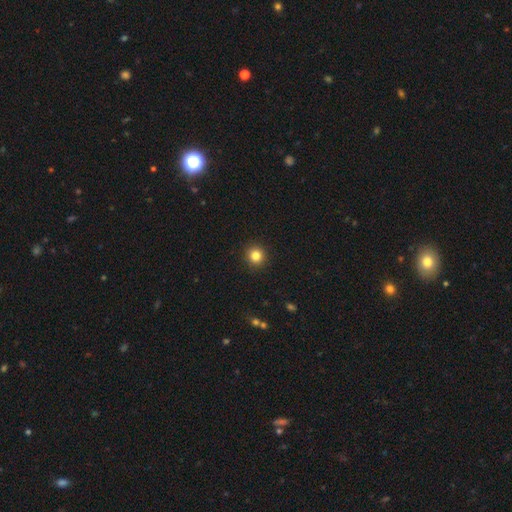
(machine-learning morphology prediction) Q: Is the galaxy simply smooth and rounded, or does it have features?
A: smooth — 83%.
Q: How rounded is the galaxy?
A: round — 94%.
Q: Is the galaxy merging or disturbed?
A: none — 93%.